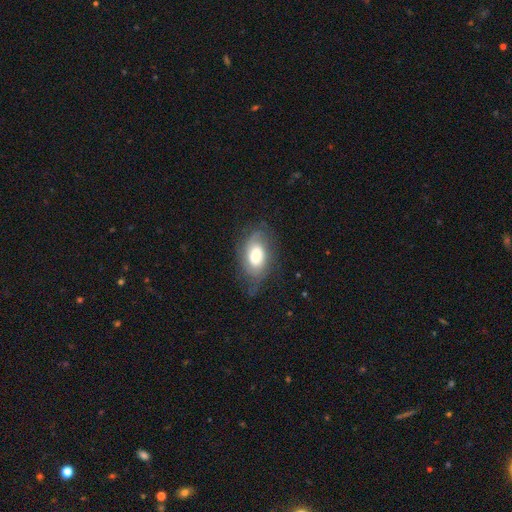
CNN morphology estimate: smooth-or-featured: featured or disk: 54% | smooth: 39% | star or artifact: 8%
  disk-edge-on: no: 94% | yes: 6%
    bar: no: 74% | weak: 21% | strong: 5%
    has-spiral-arms: yes: 79% | no: 21%
    bulge-size: large: 47% | moderate: 34% | dominant: 10% | small: 8% | none: 2%
  merging: none: 60% | minor disturbance: 25% | major disturbance: 14% | merger: 1%